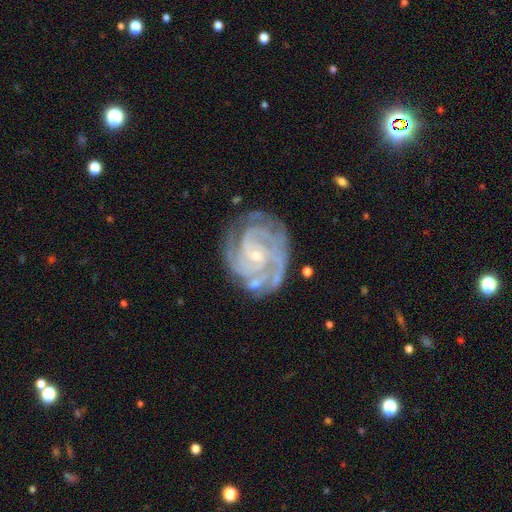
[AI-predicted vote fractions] Smooth or featured?
  - featured or disk: 91% *
  - star or artifact: 5%
  - smooth: 4%
Edge-on disk?
  - no: 98% *
  - yes: 2%
Bar?
  - no: 60% *
  - weak: 30%
  - strong: 10%
Spiral arms?
  - yes: 98% *
  - no: 2%
Spiral winding?
  - tight: 72% *
  - medium: 25%
  - loose: 3%
Spiral arm count?
  - 3: 33% *
  - 4: 22%
  - 2: 17%
  - can't tell: 15%
  - more than 4: 6%
  - 1: 6%
Bulge size?
  - small: 80% *
  - moderate: 16%
  - none: 2%
  - large: 1%
  - dominant: 1%
Merging?
  - none: 70% *
  - minor disturbance: 20%
  - major disturbance: 7%
  - merger: 3%